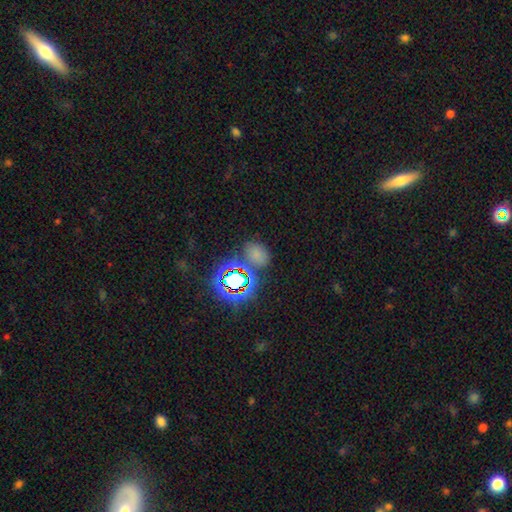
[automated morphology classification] Q: Smooth or featured?
A: smooth (54%); runner-up: star or artifact (38%)
Q: How rounded?
A: in between (53%); runner-up: round (45%)
Q: Merging?
A: none (70%); runner-up: minor disturbance (14%)